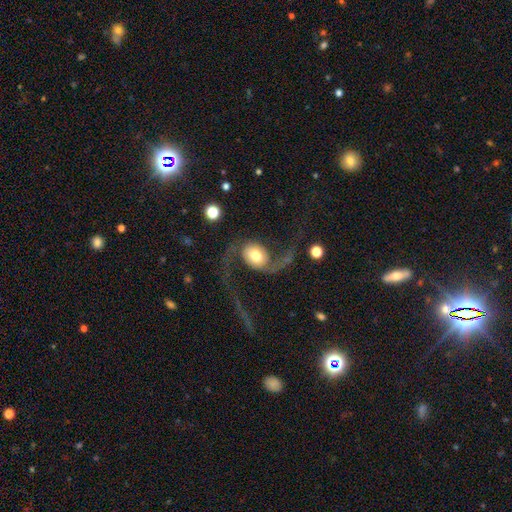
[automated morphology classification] The model was most divided on "bulge size": moderate: 47%, large: 33%, dominant: 11%, small: 8%, none: 2%. Remaining: edge-on disk — no (97%); spiral arms — yes (92%); spiral arm count — 2 (90%); spiral winding — loose (87%); smooth or featured — featured or disk (75%); bar — no (62%); merging — none (50%).